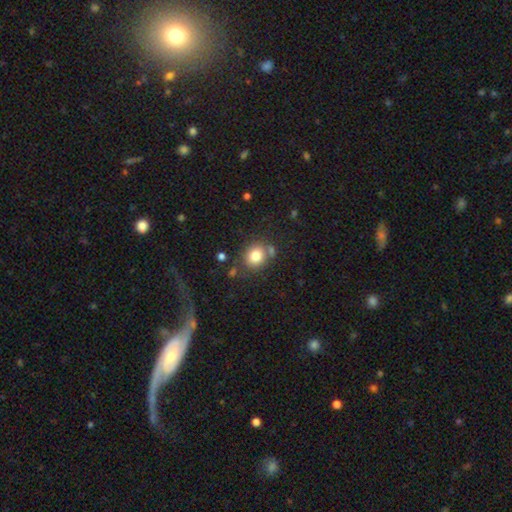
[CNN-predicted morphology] Overall: smooth (80%). How rounded: round (72%). Merging: none (72%).